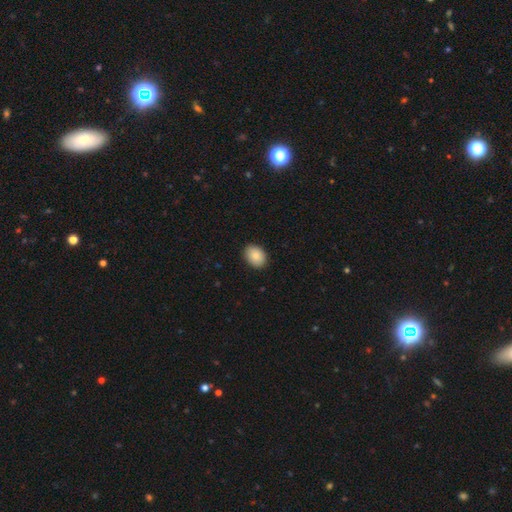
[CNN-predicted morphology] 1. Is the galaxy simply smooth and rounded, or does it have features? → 88% smooth, 7% star or artifact, 5% featured or disk.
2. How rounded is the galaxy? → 69% in between, 30% round, 1% cigar-shaped.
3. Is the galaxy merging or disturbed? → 89% none, 8% minor disturbance, 2% major disturbance, 1% merger.